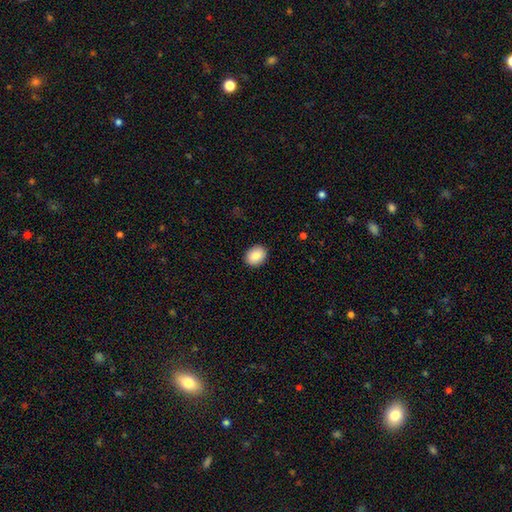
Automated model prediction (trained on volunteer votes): This is clearly a smooth galaxy (86%). How rounded: possibly in between (50%). Merging: clearly none (91%).